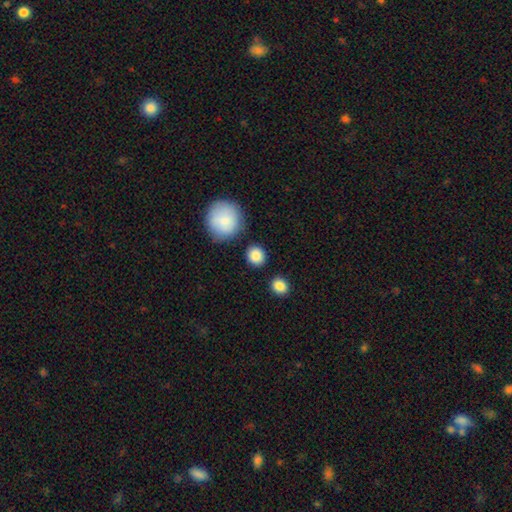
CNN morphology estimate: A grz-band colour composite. It shows a smooth galaxy with no disk features (87%) that is round (84%). Merging: none (86%).